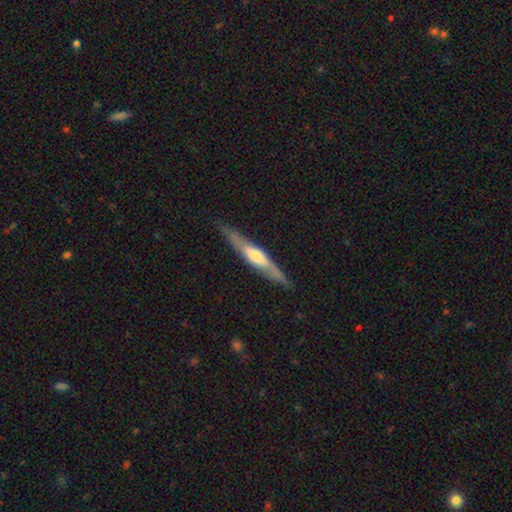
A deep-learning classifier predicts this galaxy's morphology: Smooth or featured? featured or disk (65%)
Edge-on disk? yes (92%)
Edge-on bulge? rounded (63%)
Merging? none (84%)